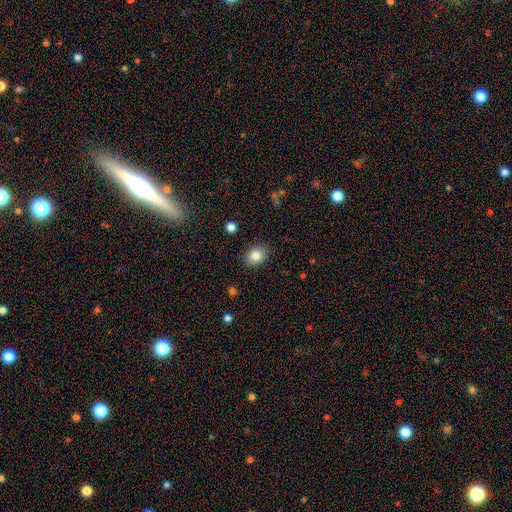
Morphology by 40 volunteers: Q: Smooth or featured?
A: smooth (82%); runner-up: featured or disk (10%)
Q: How rounded?
A: round (55%); runner-up: in between (45%)
Q: Merging?
A: none (81%); runner-up: minor disturbance (19%)